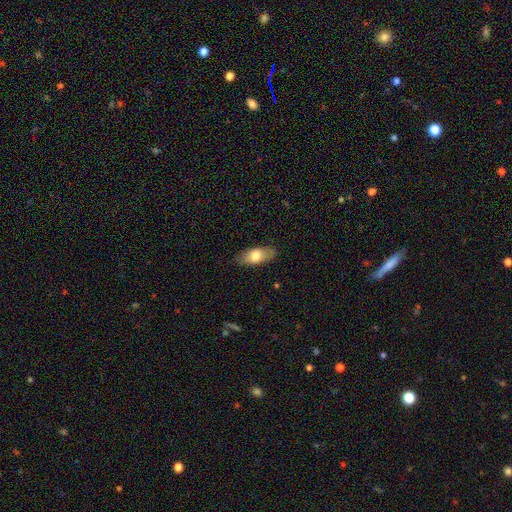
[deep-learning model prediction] Smooth or featured?
  - smooth: 70% *
  - featured or disk: 24%
  - star or artifact: 6%
How rounded?
  - in between: 84% *
  - cigar-shaped: 13%
  - round: 3%
Merging?
  - none: 82% *
  - minor disturbance: 13%
  - major disturbance: 3%
  - merger: 1%